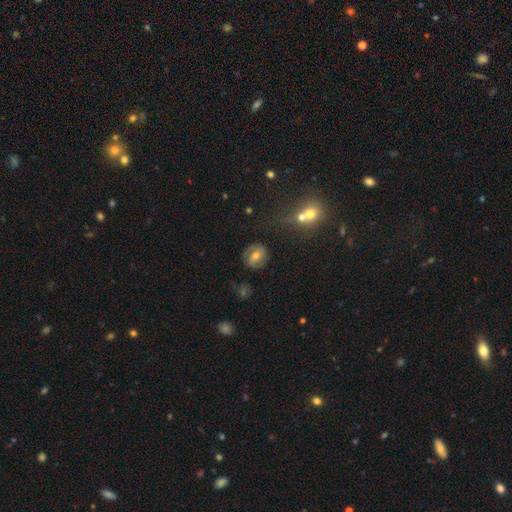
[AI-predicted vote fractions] This appears to be a featured or disk galaxy (57%) with a weak bar (44%), spiral arms (78%) and a moderate central bulge (61%). Merging: none (78%).